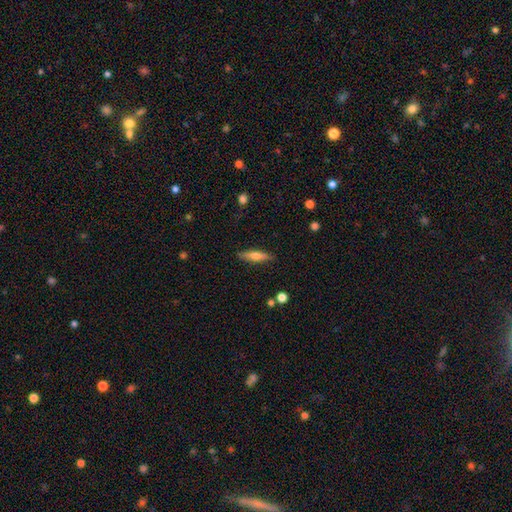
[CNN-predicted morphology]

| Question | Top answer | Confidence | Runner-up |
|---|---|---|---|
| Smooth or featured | smooth | 57% | featured or disk (36%) |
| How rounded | cigar-shaped | 75% | in between (23%) |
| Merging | none | 87% | minor disturbance (9%) |